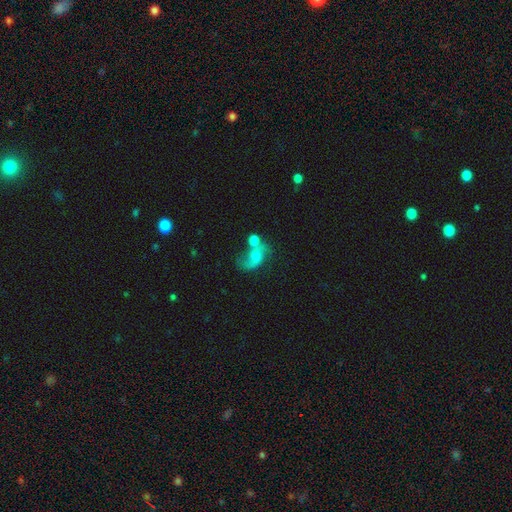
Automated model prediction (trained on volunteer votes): This appears to be a featured or disk galaxy (57%) with no bar (62%), spiral arms (84%) and a moderate central bulge (39%). Merging: none (34%).